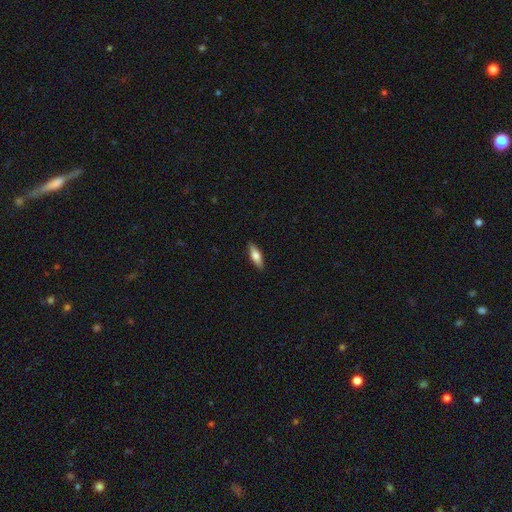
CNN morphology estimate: This appears to be a smooth galaxy with no disk features (70%) that is in between round and cigar-shaped (56%). Merging: none (89%).